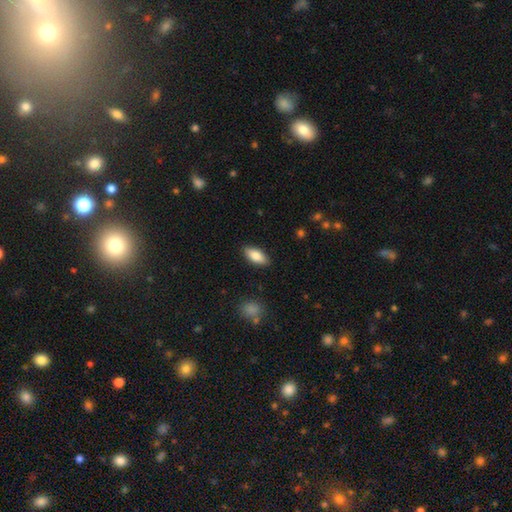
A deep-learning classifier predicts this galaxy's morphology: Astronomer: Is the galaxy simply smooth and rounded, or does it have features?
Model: smooth — 82%.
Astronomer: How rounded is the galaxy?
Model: in between — 83%.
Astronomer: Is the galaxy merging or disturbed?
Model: none — 88%.